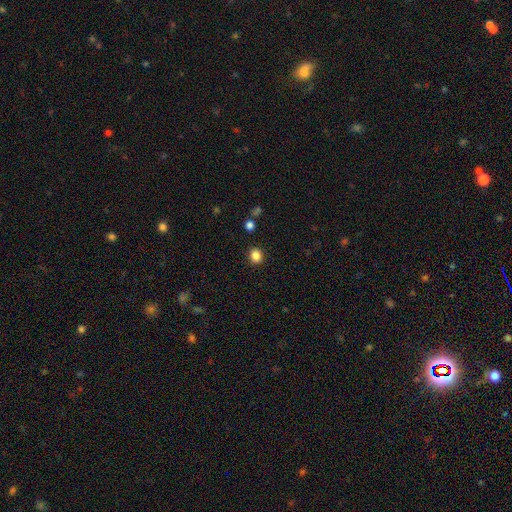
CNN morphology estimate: Q: Smooth or featured?
A: smooth (85%); runner-up: star or artifact (11%)
Q: How rounded?
A: round (81%); runner-up: in between (18%)
Q: Merging?
A: none (90%); runner-up: minor disturbance (6%)